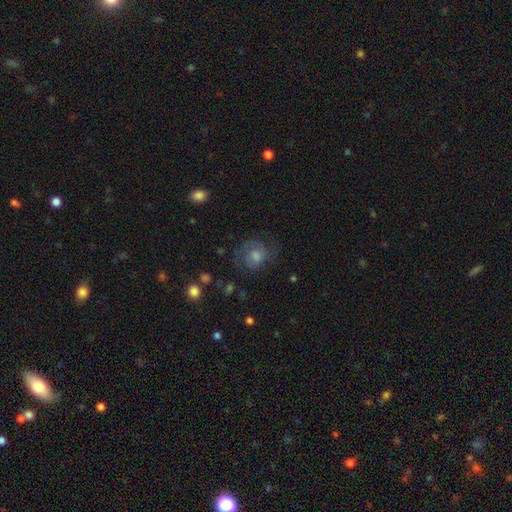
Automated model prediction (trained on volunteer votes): Smooth or featured: featured or disk — 61% (smooth — 24%)
Edge-on disk: no — 97% (yes — 3%)
Bar: no — 65% (weak — 30%)
Spiral arms: yes — 89% (no — 11%)
Spiral winding: tight — 48% (medium — 41%)
Spiral arm count: 2 — 49% (can't tell — 26%)
Bulge size: moderate — 50% (small — 22%)
Merging: none — 70% (minor disturbance — 17%)